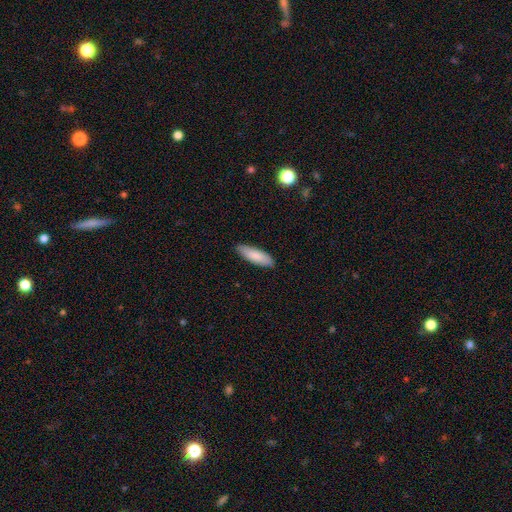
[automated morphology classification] Smooth or featured? Predicted: smooth (p=0.86). How rounded? Predicted: in between (p=0.51). Merging? Predicted: none (p=0.87).